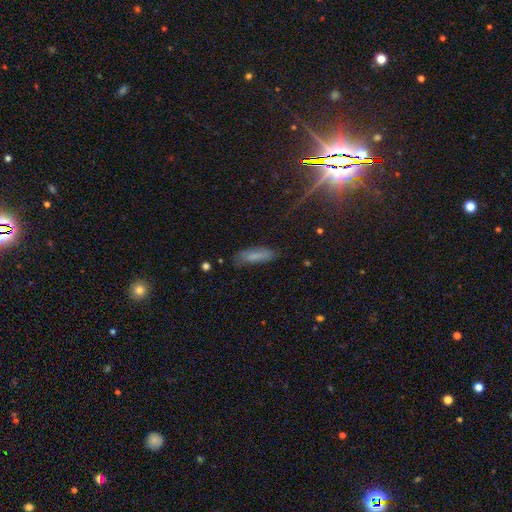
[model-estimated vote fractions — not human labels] Smooth or featured?
  - smooth: 68% *
  - featured or disk: 20%
  - star or artifact: 12%
How rounded?
  - cigar-shaped: 53% *
  - in between: 45%
  - round: 2%
Merging?
  - none: 71% *
  - minor disturbance: 22%
  - major disturbance: 6%
  - merger: 2%